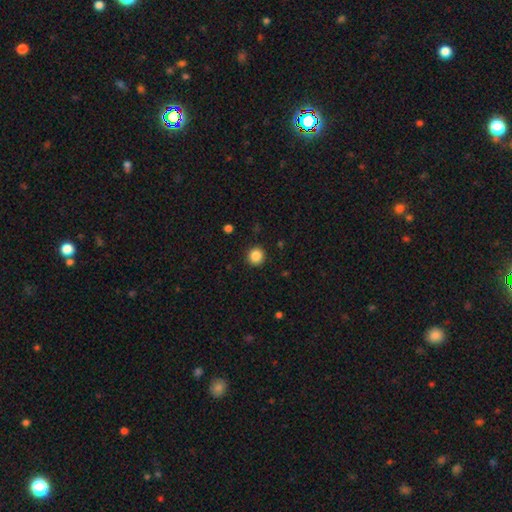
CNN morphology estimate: This is clearly a smooth galaxy (86%). How rounded: clearly round (93%). Merging: clearly none (91%).